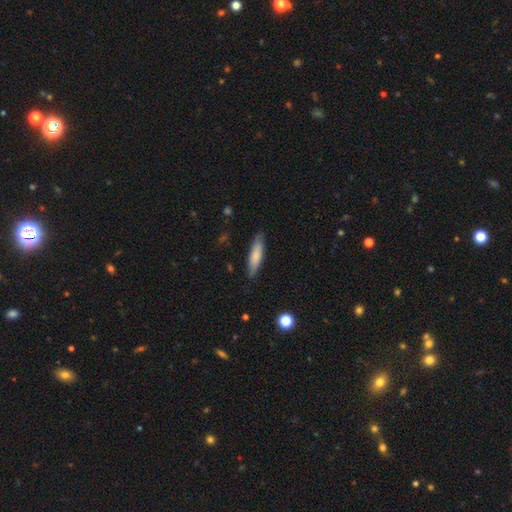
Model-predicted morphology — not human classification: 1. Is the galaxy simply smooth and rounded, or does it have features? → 77% smooth, 18% featured or disk, 6% star or artifact.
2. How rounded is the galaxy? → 73% cigar-shaped, 26% in between, 1% round.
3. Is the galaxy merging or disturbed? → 84% none, 13% minor disturbance, 2% major disturbance, 1% merger.